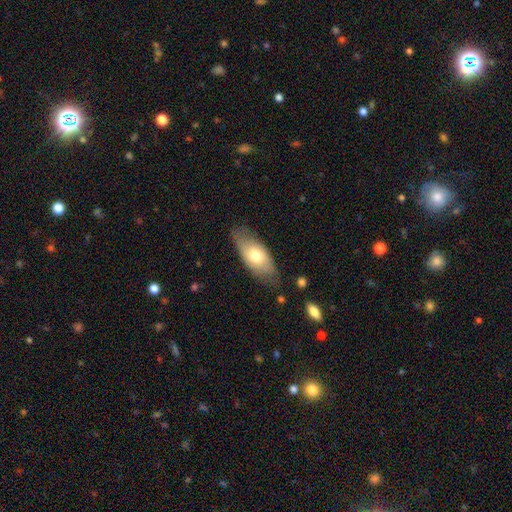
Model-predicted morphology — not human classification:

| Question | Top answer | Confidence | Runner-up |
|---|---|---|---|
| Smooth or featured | smooth | 66% | featured or disk (28%) |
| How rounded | in between | 86% | cigar-shaped (11%) |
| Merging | none | 74% | minor disturbance (20%) |